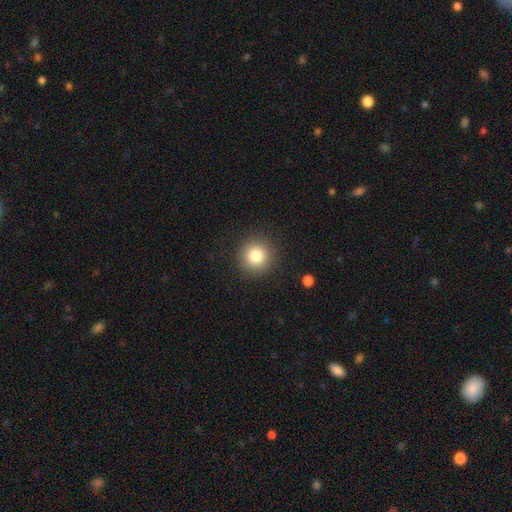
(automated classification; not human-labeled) A smooth galaxy with no disk features (82%) that is round (95%). Merging: none (91%).